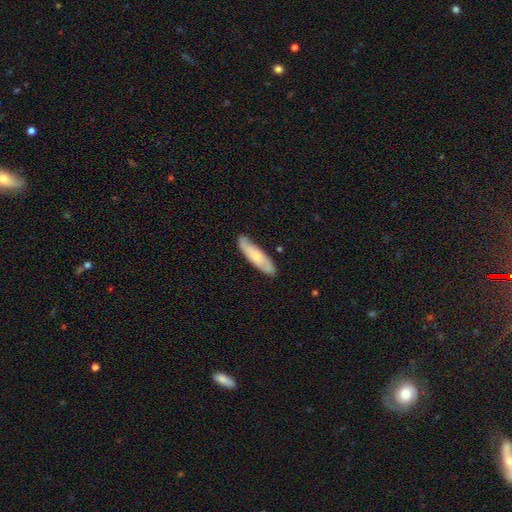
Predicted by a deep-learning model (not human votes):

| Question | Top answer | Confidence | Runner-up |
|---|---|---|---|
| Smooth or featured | smooth | 52% | featured or disk (42%) |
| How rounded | cigar-shaped | 66% | in between (32%) |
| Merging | none | 80% | minor disturbance (15%) |